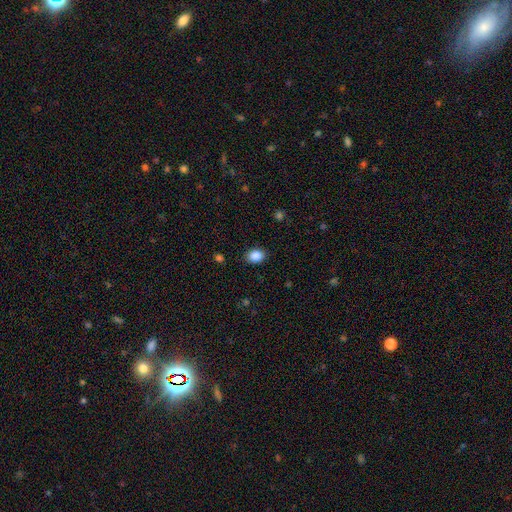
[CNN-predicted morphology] smooth_or_featured: smooth (p=0.88) [alt: star or artifact p=0.08]
how_rounded: in between (p=0.70) [alt: round p=0.29]
merging: none (p=0.86) [alt: minor disturbance p=0.10]